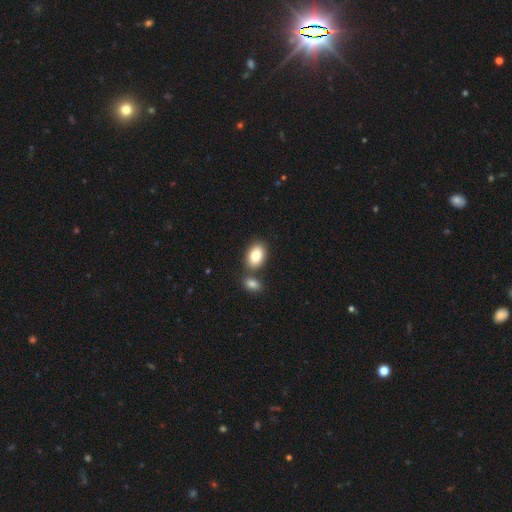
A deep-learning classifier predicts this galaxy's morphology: type=smooth (86%); roundness=in between (88%); merging=none (61%).